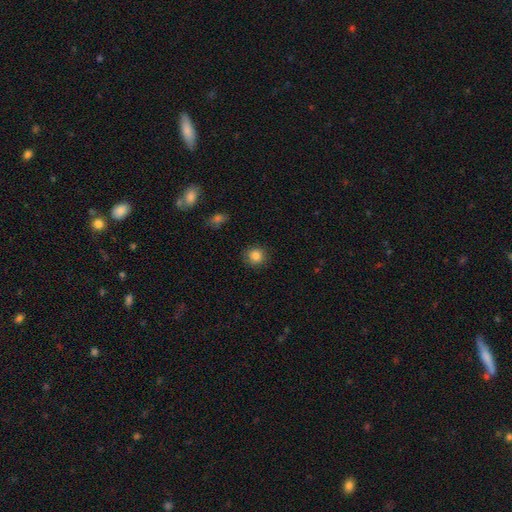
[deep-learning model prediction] Smooth or featured?
  - smooth: 85% *
  - star or artifact: 10%
  - featured or disk: 5%
How rounded?
  - round: 89% *
  - in between: 10%
  - cigar-shaped: 1%
Merging?
  - none: 89% *
  - minor disturbance: 8%
  - major disturbance: 2%
  - merger: 1%